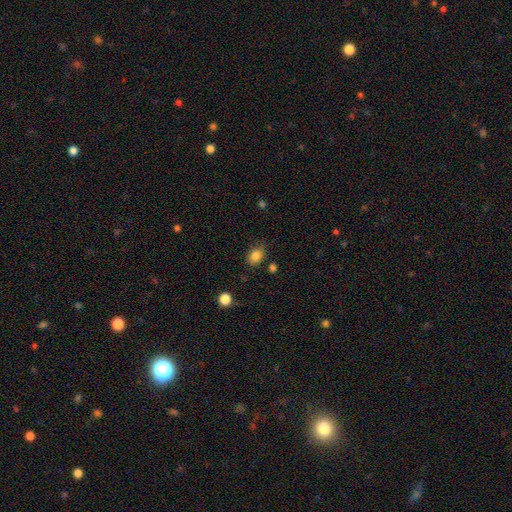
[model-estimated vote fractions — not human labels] This is clearly a smooth galaxy (84%). How rounded: likely in between (68%). Merging: likely none (78%).